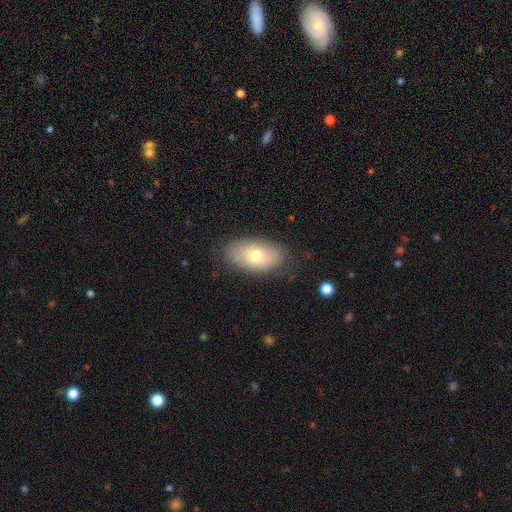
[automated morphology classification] smooth_or_featured: smooth (p=0.68) [alt: featured or disk p=0.24]
how_rounded: in between (p=0.93) [alt: round p=0.05]
merging: none (p=0.82) [alt: minor disturbance p=0.14]